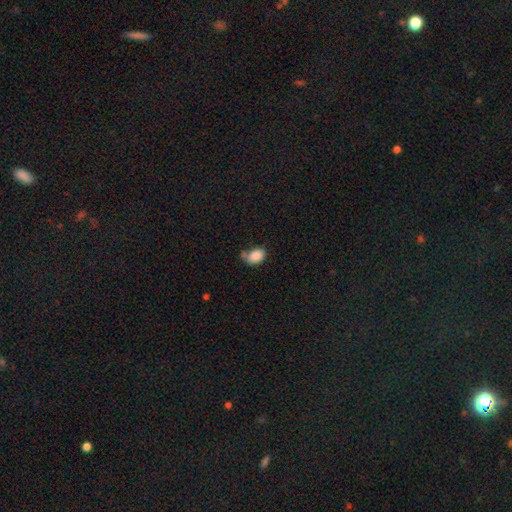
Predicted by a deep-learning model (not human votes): Overall: smooth (87%). How rounded: in between (85%). Merging: none (53%; minor disturbance 26%).